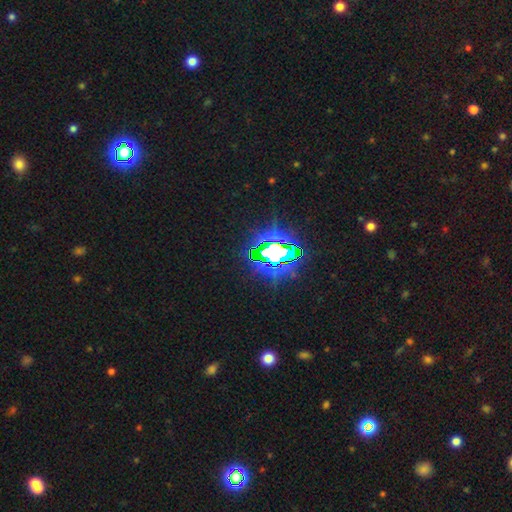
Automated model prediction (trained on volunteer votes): Morphology: type=star or artifact (83%).